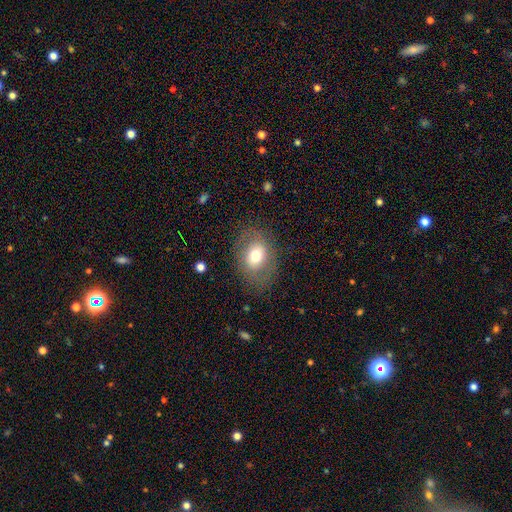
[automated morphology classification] This appears to be a smooth galaxy with no disk features (68%) that is in between round and cigar-shaped (63%). Merging: none (77%).